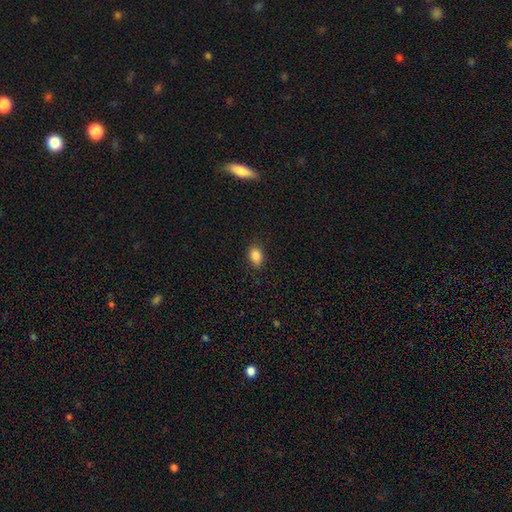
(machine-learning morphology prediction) smooth-or-featured: smooth: 86% | star or artifact: 10% | featured or disk: 4%
  how-rounded: in between: 78% | round: 20% | cigar-shaped: 1%
  merging: none: 85% | minor disturbance: 11% | major disturbance: 3% | merger: 1%